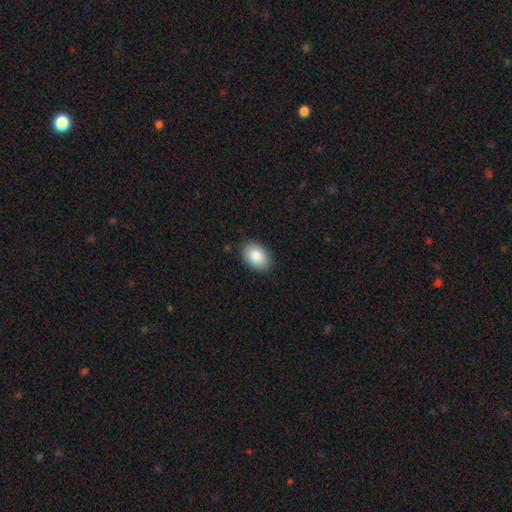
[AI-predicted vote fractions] Smooth or featured: smooth — 87% (star or artifact — 7%)
How rounded: in between — 84% (round — 15%)
Merging: none — 86% (minor disturbance — 11%)